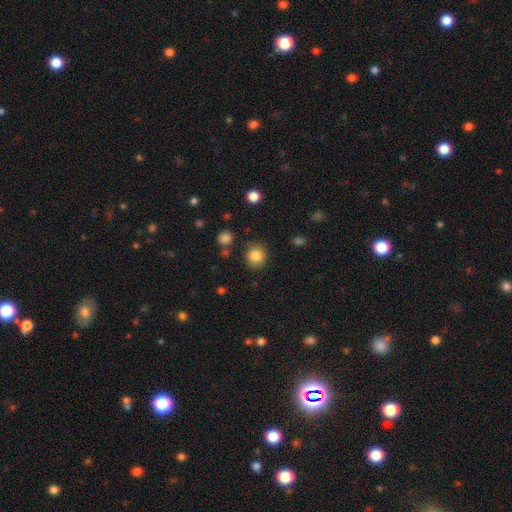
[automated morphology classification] A smooth galaxy with no disk features (84%) that is round (88%).

Vote fractions:
- Smooth or featured? smooth: 84% / star or artifact: 10% / featured or disk: 5%
- How rounded? round: 88% / in between: 11% / cigar-shaped: 1%
- Merging? none: 82% / minor disturbance: 11% / major disturbance: 3% / merger: 3%